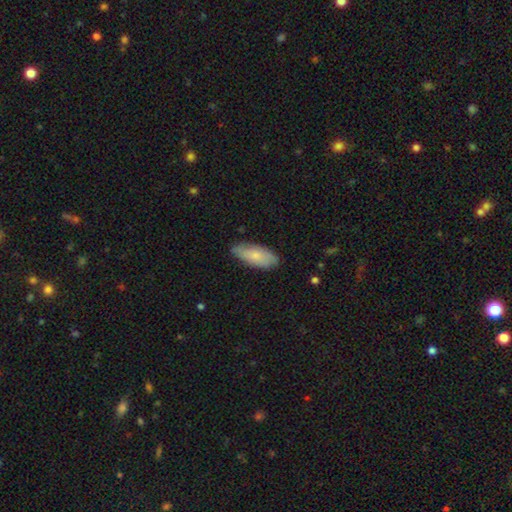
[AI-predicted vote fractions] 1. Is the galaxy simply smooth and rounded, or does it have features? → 72% smooth, 22% featured or disk, 6% star or artifact.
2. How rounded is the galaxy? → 79% in between, 19% cigar-shaped, 2% round.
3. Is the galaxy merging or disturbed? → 79% none, 17% minor disturbance, 3% major disturbance, 1% merger.